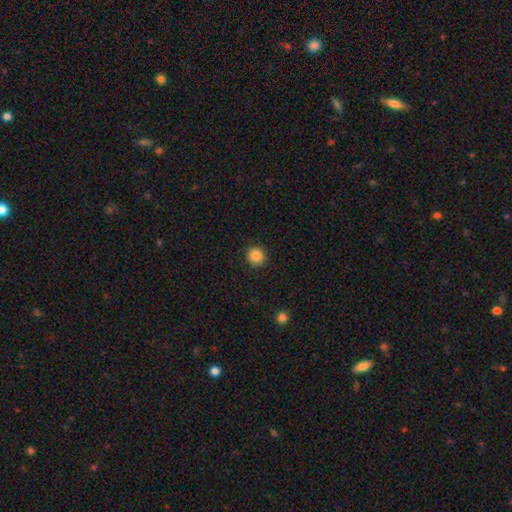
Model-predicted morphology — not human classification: type=smooth (86%); roundness=round (90%); merging=none (91%).